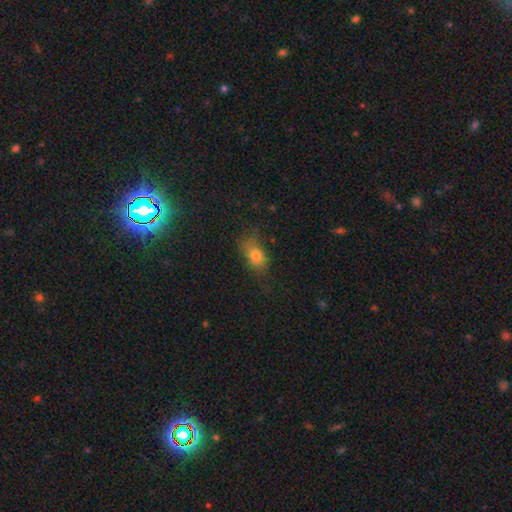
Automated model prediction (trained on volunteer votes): This appears to be a smooth galaxy with no disk features (74%) that is in between round and cigar-shaped (74%). Merging: none (59%).